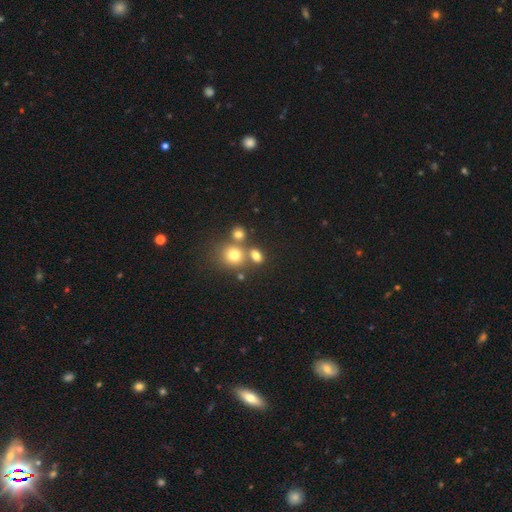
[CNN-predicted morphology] A smooth galaxy with no disk features (69%) that is round (62%). Merging: none (55%).